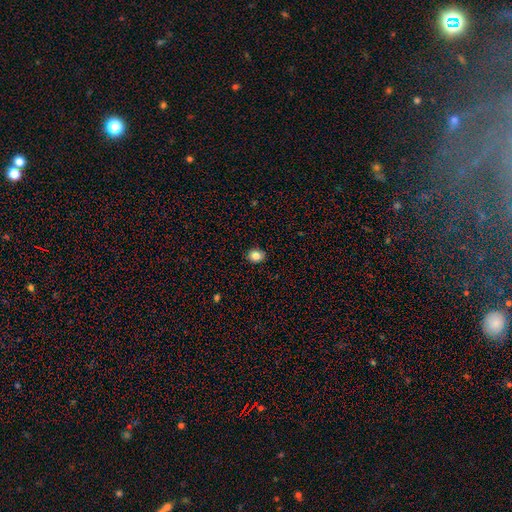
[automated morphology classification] Smooth or featured: smooth — 84% (star or artifact — 10%)
How rounded: round — 58% (in between — 41%)
Merging: none — 88% (minor disturbance — 9%)